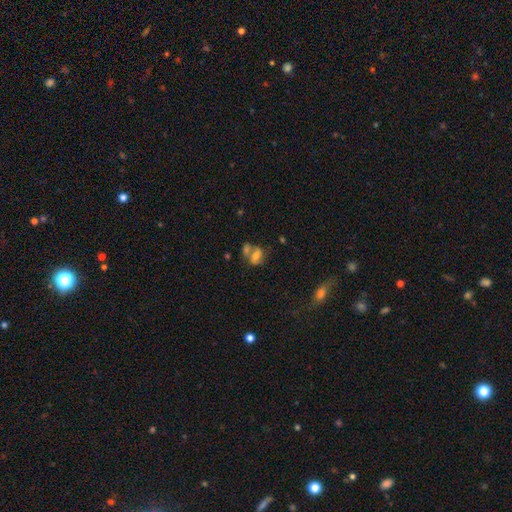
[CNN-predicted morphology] Q: Smooth or featured?
A: smooth (52%); runner-up: featured or disk (36%)
Q: How rounded?
A: in between (68%); runner-up: round (29%)
Q: Merging?
A: merger (44%); runner-up: none (33%)